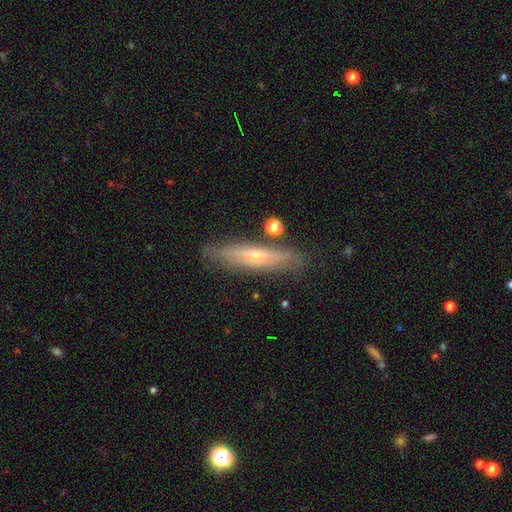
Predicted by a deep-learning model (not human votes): smooth-or-featured: featured or disk: 59% | smooth: 34% | star or artifact: 7%
  disk-edge-on: yes: 88% | no: 12%
    edge-on-bulge: rounded: 67% | none: 28% | boxy: 5%
  merging: none: 82% | minor disturbance: 12% | merger: 3% | major disturbance: 3%